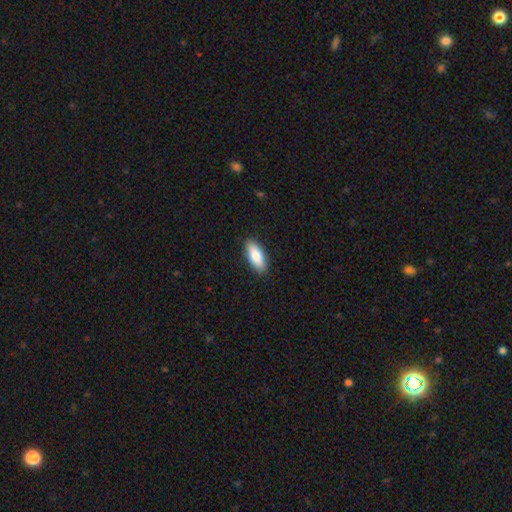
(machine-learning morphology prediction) smooth 83%, featured or disk 11%, star or artifact 6%. Down the decision tree: how rounded — in between (77%); merging — none (89%).